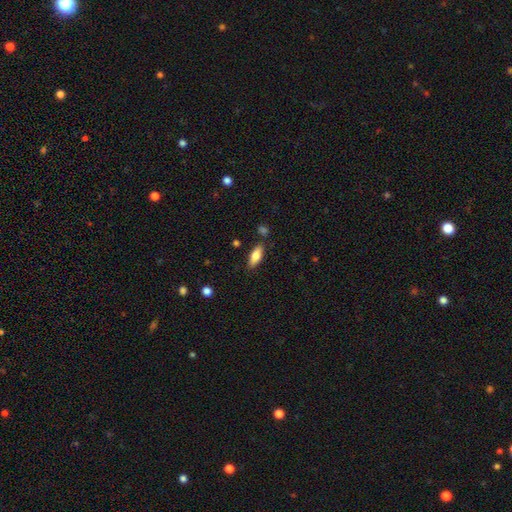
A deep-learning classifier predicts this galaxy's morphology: Smooth or featured? Predicted: smooth (p=0.78). How rounded? Predicted: in between (p=0.77). Merging? Predicted: none (p=0.81).